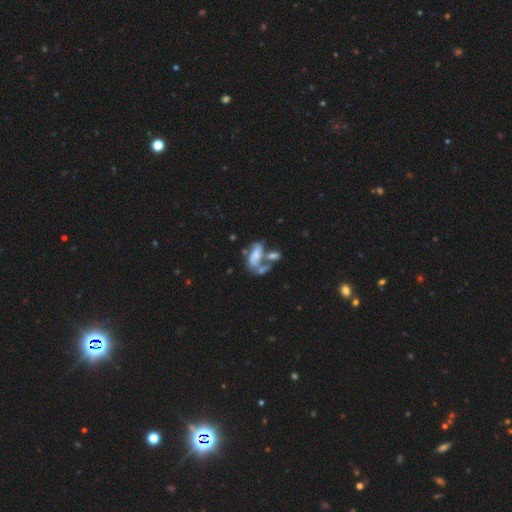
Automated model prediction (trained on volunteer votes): A featured or disk galaxy (58%) with no bar (67%), no spiral arms (50%, tied with yes) and no central bulge (40%).

Vote fractions:
- Smooth or featured? featured or disk: 58% / smooth: 32% / star or artifact: 10%
- Edge-on disk? no: 94% / yes: 6%
- Bar? no: 67% / weak: 20% / strong: 13%
- Spiral arms? no: 50% (tied) / yes: 50% (tied)
- Bulge size? none: 40% / small: 24% / moderate: 22% / large: 11% / dominant: 3%
- Merging? merger: 47% / major disturbance: 21% / none: 20% / minor disturbance: 12%